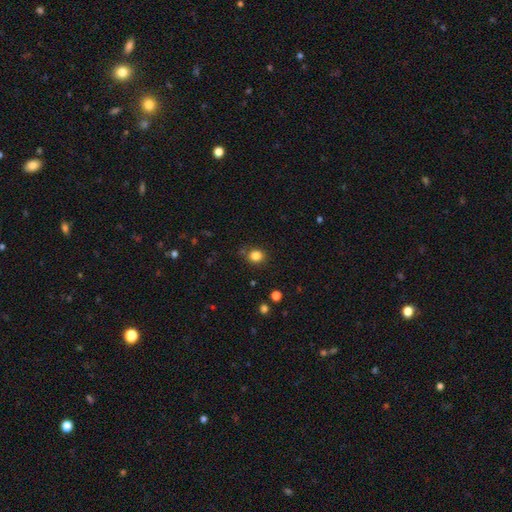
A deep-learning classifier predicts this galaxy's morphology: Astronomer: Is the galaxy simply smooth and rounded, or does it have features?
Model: smooth — 83%.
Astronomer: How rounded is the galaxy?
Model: round — 75%.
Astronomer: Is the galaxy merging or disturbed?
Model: none — 79%.